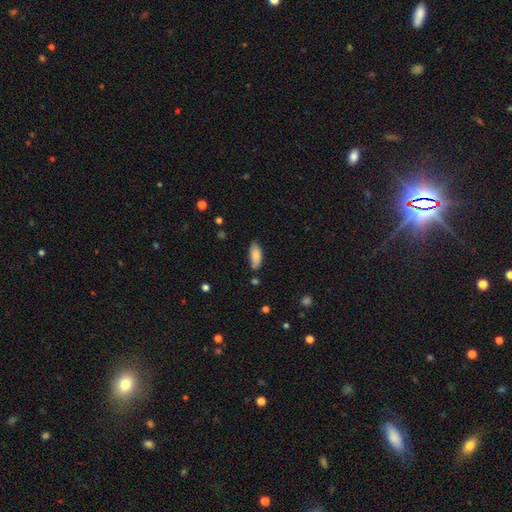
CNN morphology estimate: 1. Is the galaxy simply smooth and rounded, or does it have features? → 85% smooth, 8% featured or disk, 7% star or artifact.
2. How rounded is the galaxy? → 83% in between, 15% cigar-shaped, 2% round.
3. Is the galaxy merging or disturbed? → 74% none, 20% minor disturbance, 3% major disturbance, 3% merger.